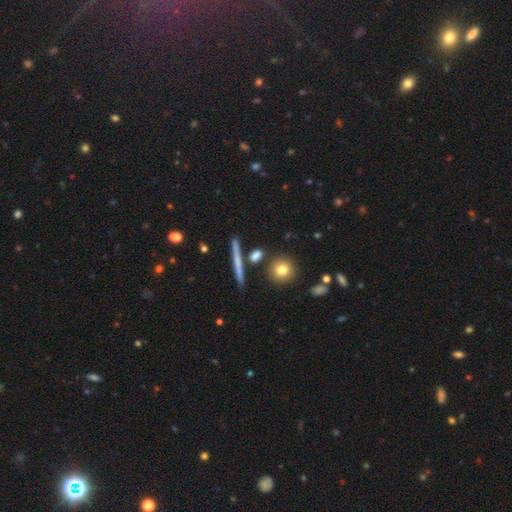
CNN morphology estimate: A smooth galaxy with no disk features (67%) that is cigar-shaped (55%). Merging: none (84%).